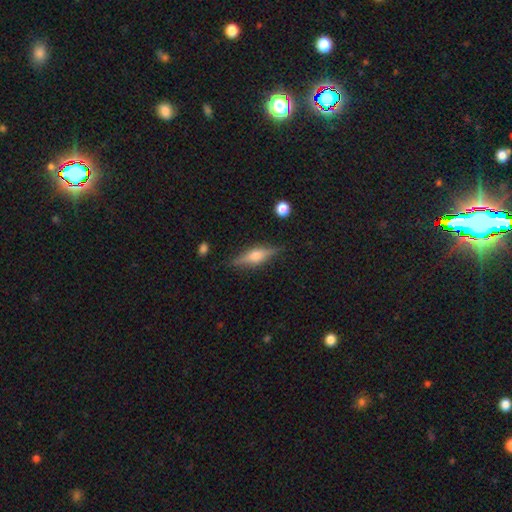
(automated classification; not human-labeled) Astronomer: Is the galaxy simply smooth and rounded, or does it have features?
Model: featured or disk — 63%.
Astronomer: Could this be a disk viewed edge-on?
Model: yes — 95%.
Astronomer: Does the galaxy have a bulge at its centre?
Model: rounded — 91%.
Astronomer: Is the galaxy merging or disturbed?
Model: none — 85%.